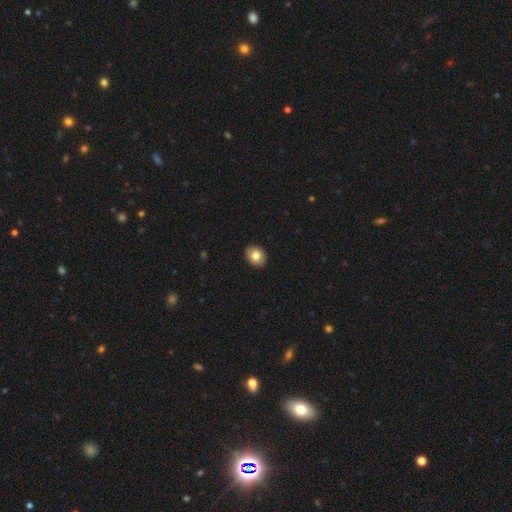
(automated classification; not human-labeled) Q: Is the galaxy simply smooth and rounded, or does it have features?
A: smooth — 79%.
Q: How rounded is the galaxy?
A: round — 56%.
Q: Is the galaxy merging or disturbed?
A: none — 91%.